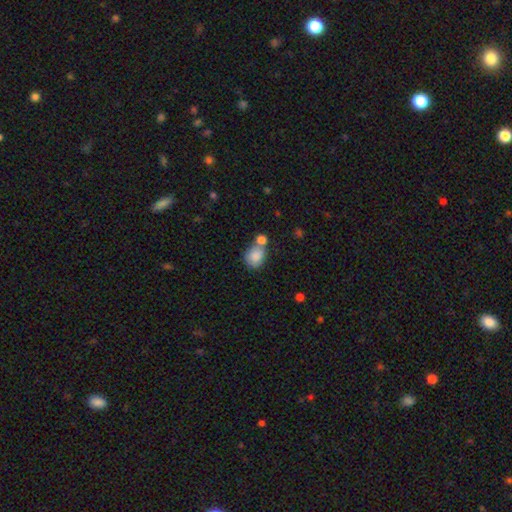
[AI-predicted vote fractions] Overall: smooth (85%). How rounded: round (55%; in between 44%). Merging: none (47%; merger 32%).